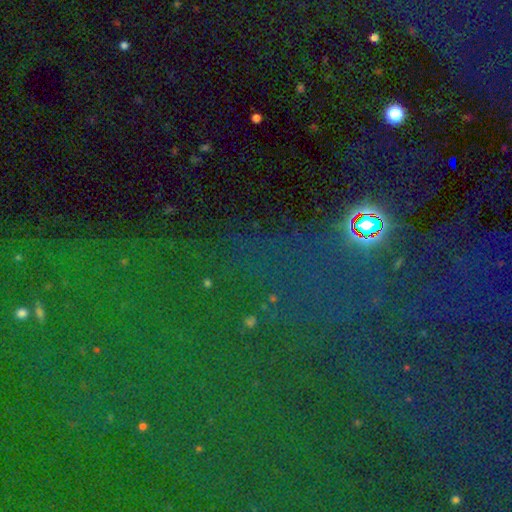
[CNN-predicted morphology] The model was most divided on "smooth or featured": star or artifact: 82%, smooth: 10%, featured or disk: 7%.